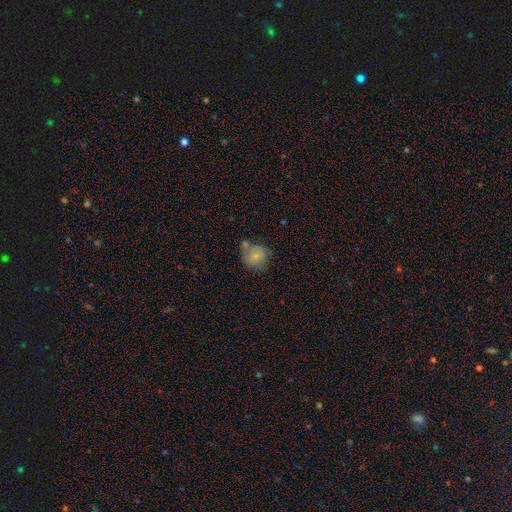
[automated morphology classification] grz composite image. It shows a smooth galaxy with no disk features (73%) that is round (73%). Merging: none (48%).